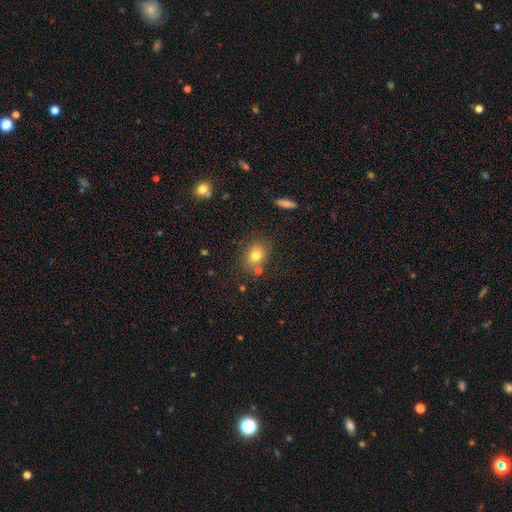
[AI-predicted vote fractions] A smooth galaxy with no disk features (78%) that is in between round and cigar-shaped (53%). Merging: none (74%).